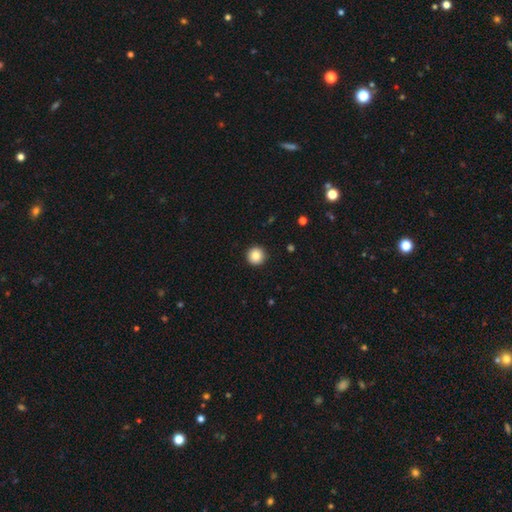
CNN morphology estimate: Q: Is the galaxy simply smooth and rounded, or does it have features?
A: smooth — 86%.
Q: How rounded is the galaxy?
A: round — 96%.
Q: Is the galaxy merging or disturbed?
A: none — 93%.